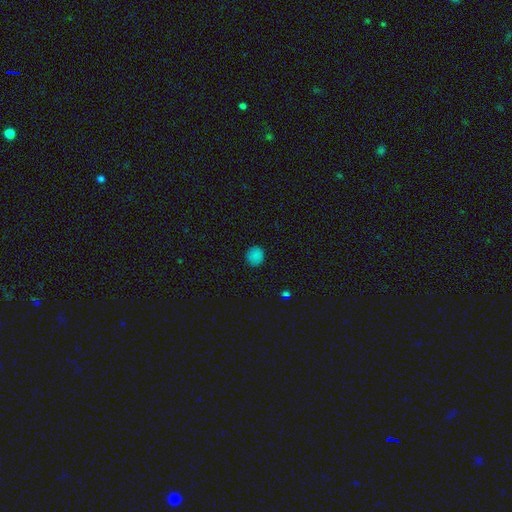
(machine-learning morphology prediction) smooth_or_featured: smooth (p=0.83) [alt: star or artifact p=0.13]
how_rounded: round (p=0.88) [alt: in between p=0.11]
merging: none (p=0.89) [alt: minor disturbance p=0.08]